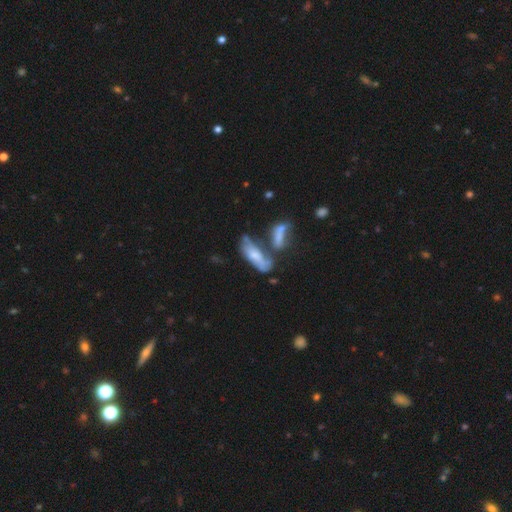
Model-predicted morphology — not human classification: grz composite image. It shows a smooth galaxy with no disk features (50%). Merging: merger (43%).